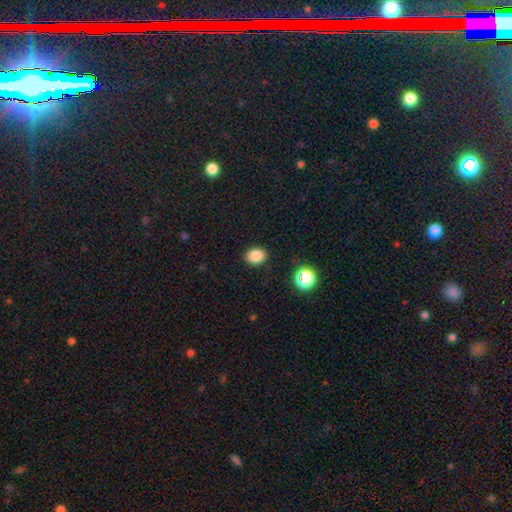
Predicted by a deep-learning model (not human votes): The model was most divided on "how rounded": in between: 51%, round: 48%, cigar-shaped: 1%. More confident: merging — none (89%); smooth or featured — smooth (84%).